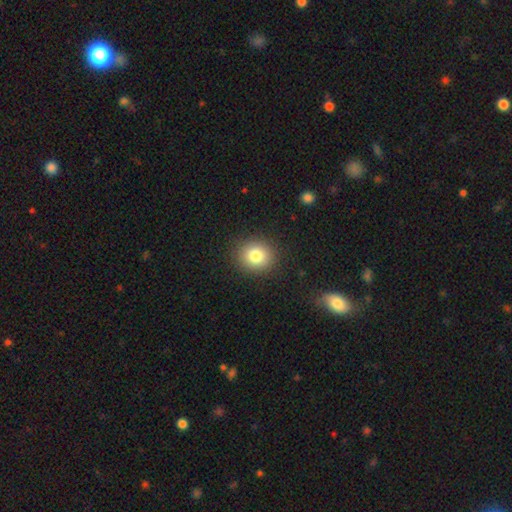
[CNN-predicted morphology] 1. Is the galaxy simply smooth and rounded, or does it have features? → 81% smooth, 11% star or artifact, 8% featured or disk.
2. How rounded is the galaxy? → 81% round, 18% in between, 1% cigar-shaped.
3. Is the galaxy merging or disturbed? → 89% none, 7% minor disturbance, 3% major disturbance, 1% merger.